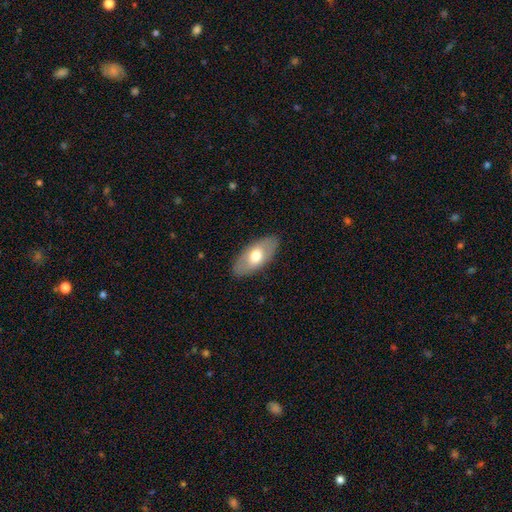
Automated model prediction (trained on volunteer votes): smooth 61%, featured or disk 33%, star or artifact 5%. Down the decision tree: how rounded — in between (91%); merging — none (87%).